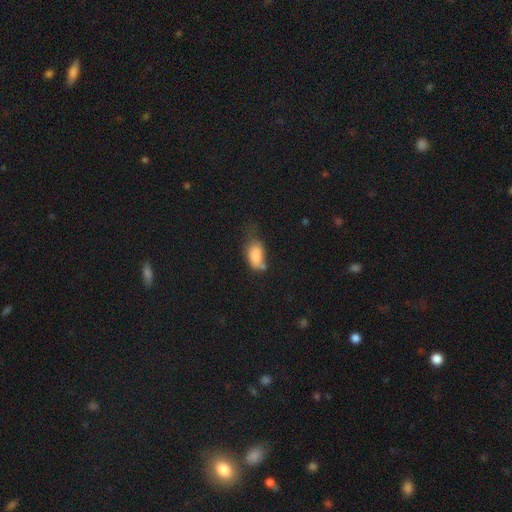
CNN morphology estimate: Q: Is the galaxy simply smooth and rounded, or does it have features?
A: smooth — 80%.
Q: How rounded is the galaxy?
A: in between — 90%.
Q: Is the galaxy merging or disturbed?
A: minor disturbance — 34%.